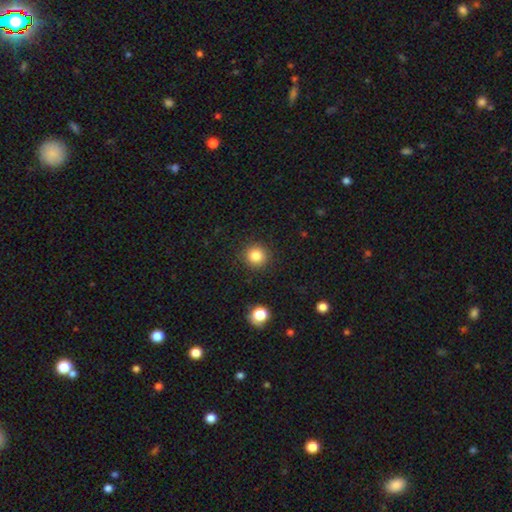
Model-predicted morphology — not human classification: A smooth galaxy with no disk features (83%) that is round (94%).

Vote fractions:
- Smooth or featured? smooth: 83% / star or artifact: 11% / featured or disk: 6%
- How rounded? round: 94% / in between: 6% / cigar-shaped: 1%
- Merging? none: 91% / minor disturbance: 6% / major disturbance: 2% / merger: 2%